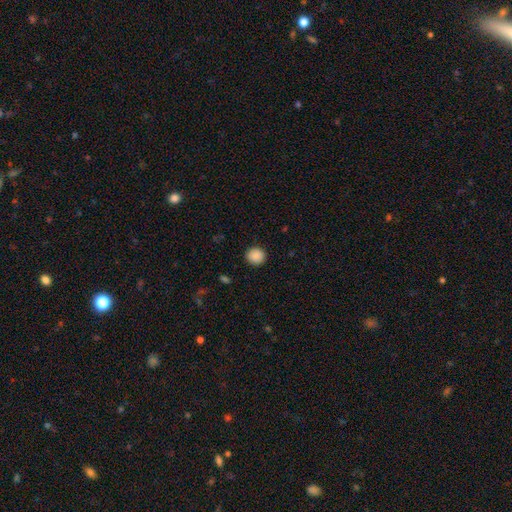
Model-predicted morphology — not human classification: Overall: smooth (89%). How rounded: round (87%). Merging: none (91%).